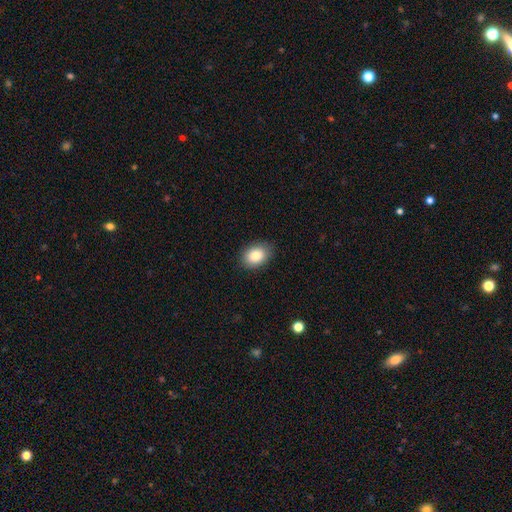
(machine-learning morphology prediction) Smooth or featured?
  - smooth: 84% *
  - star or artifact: 8%
  - featured or disk: 8%
How rounded?
  - in between: 74% *
  - round: 25%
  - cigar-shaped: 1%
Merging?
  - none: 86% *
  - minor disturbance: 10%
  - major disturbance: 2%
  - merger: 1%